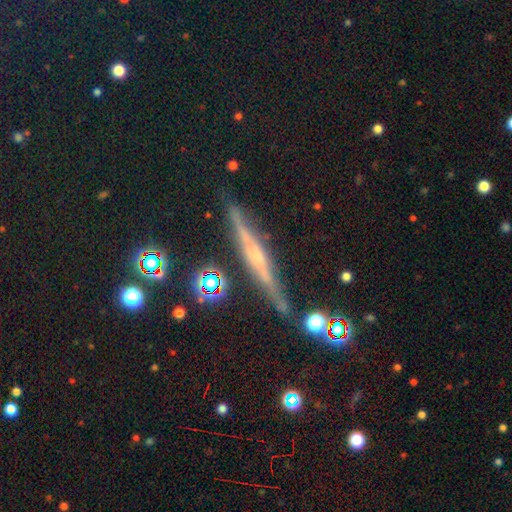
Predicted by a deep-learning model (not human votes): Overall: featured or disk (63%). Edge-on disk: yes (95%). Edge-on bulge: rounded (50%; none 33%). Merging: none (84%).